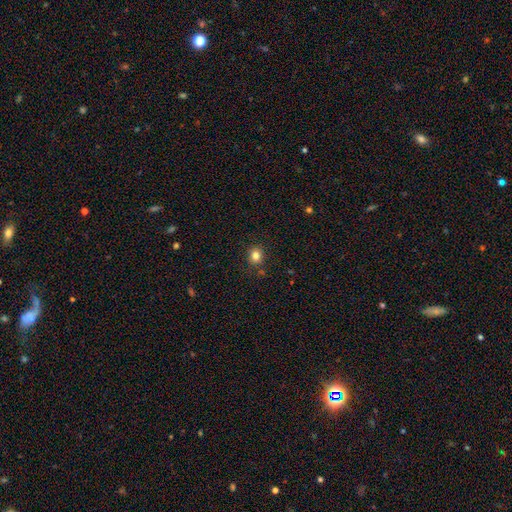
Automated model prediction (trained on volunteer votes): The model was most divided on "how rounded": round: 80%, in between: 19%, cigar-shaped: 1%. More confident: merging — none (85%); smooth or featured — smooth (82%).